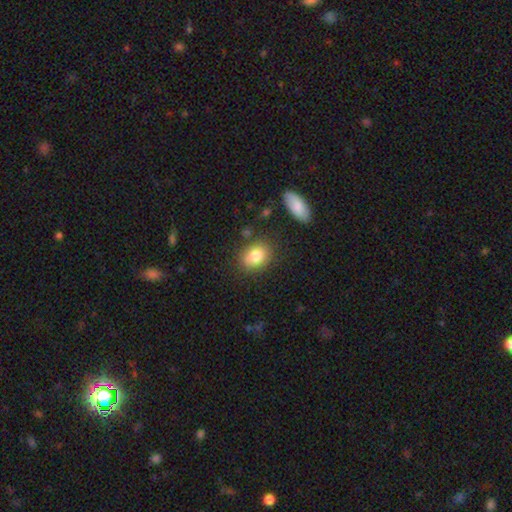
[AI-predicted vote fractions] A smooth galaxy with no disk features (83%) that is in between round and cigar-shaped (62%). Merging: none (78%).